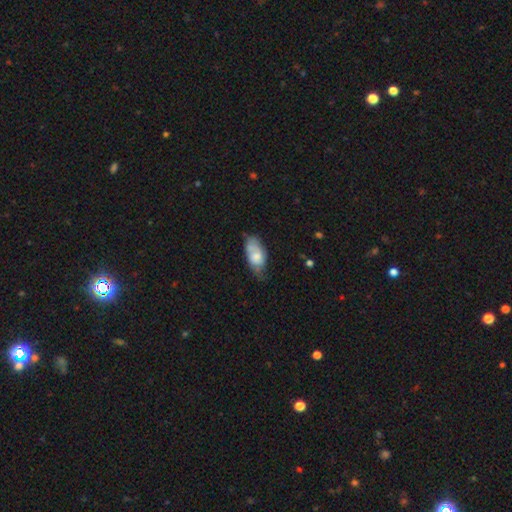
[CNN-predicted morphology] This is likely a smooth galaxy (61%). How rounded: clearly in between (91%). Merging: marginally none (43%).